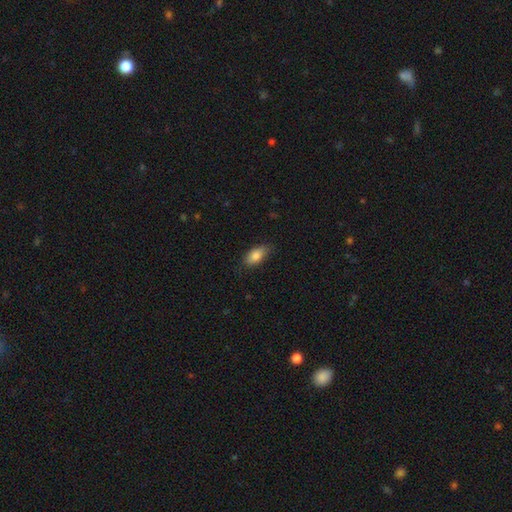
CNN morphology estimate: Smooth or featured: smooth — 83% (featured or disk — 10%)
How rounded: in between — 89% (cigar-shaped — 7%)
Merging: none — 80% (minor disturbance — 16%)